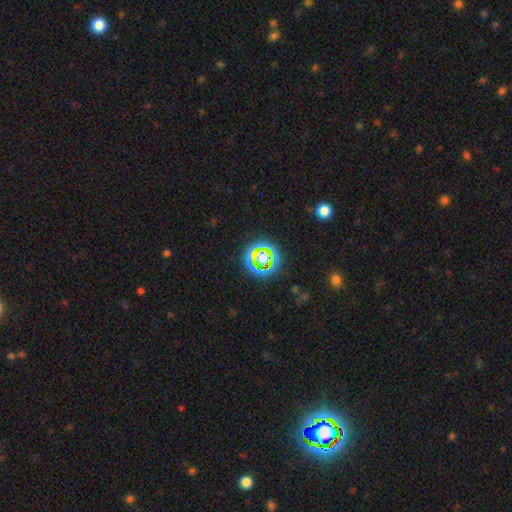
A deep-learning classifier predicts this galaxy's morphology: This is likely a star or artifact rather than a galaxy (63%).